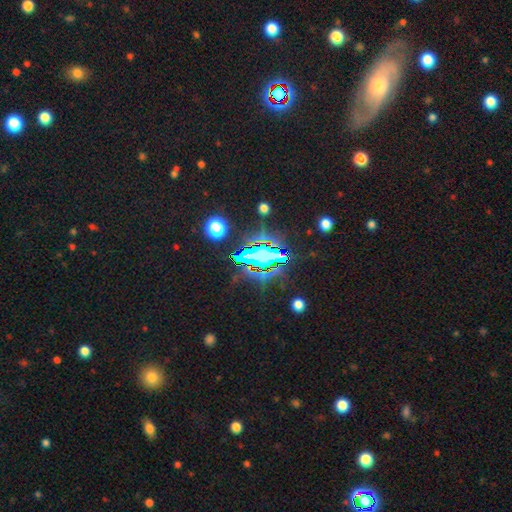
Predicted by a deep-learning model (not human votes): The model was most divided on "smooth or featured": star or artifact: 67%, smooth: 19%, featured or disk: 13%.